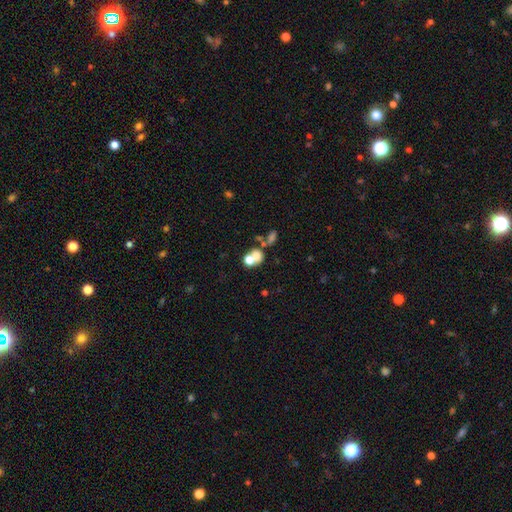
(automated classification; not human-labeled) Overall: smooth (65%). How rounded: round (63%; in between 36%). Merging: merger (51%; none 34%).